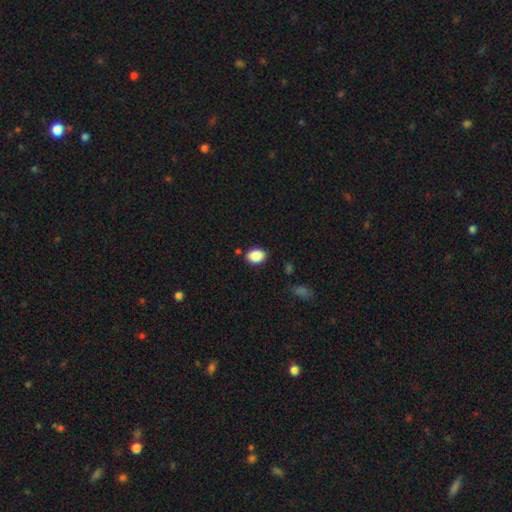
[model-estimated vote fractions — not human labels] smooth_or_featured: smooth (p=0.88) [alt: star or artifact p=0.08]
how_rounded: in between (p=0.67) [alt: round p=0.32]
merging: none (p=0.84) [alt: minor disturbance p=0.11]